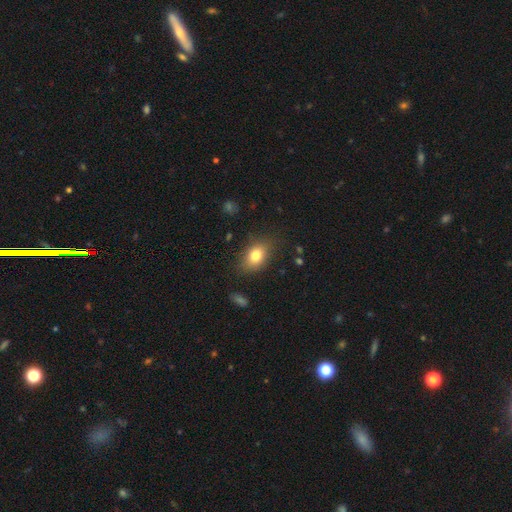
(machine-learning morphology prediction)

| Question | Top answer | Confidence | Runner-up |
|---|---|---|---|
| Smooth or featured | smooth | 79% | featured or disk (11%) |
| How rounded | in between | 81% | round (17%) |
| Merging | none | 78% | minor disturbance (16%) |